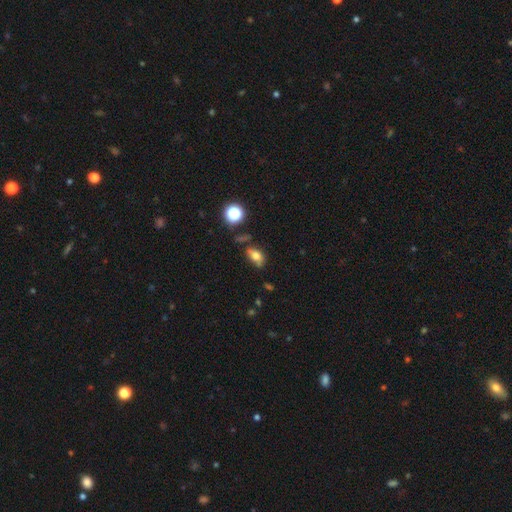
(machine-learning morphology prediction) type=smooth (72%); roundness=in between (83%); merging=none (56%).